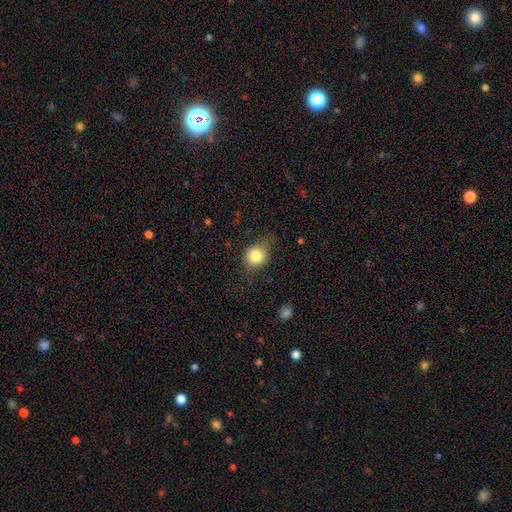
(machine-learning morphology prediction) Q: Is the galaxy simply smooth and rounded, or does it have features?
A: smooth — 79%.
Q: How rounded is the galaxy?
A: round — 70%.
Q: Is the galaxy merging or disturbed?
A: none — 66%.